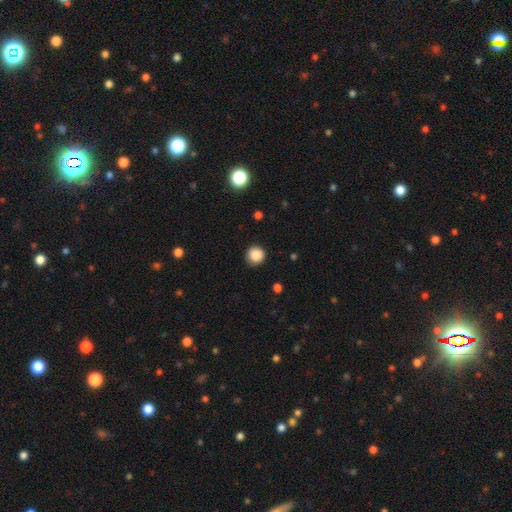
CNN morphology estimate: Smooth or featured? smooth (86%)
How rounded? round (95%)
Merging? none (89%)